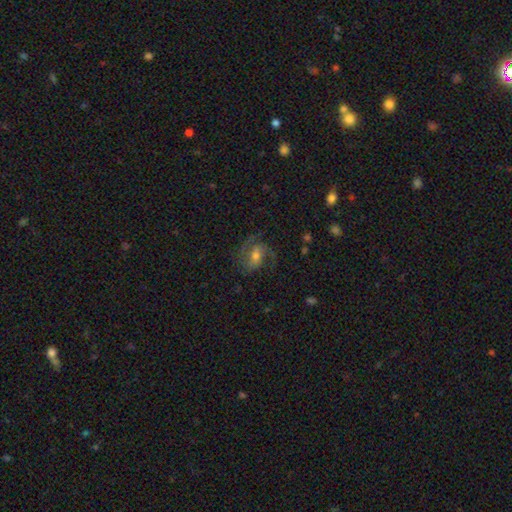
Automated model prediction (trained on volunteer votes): This appears to be a featured or disk galaxy (75%) with a weak bar (43%), 2 (70%) medium (54%) spiral arms (94%) and a moderate central bulge (52%). Merging: none (67%).